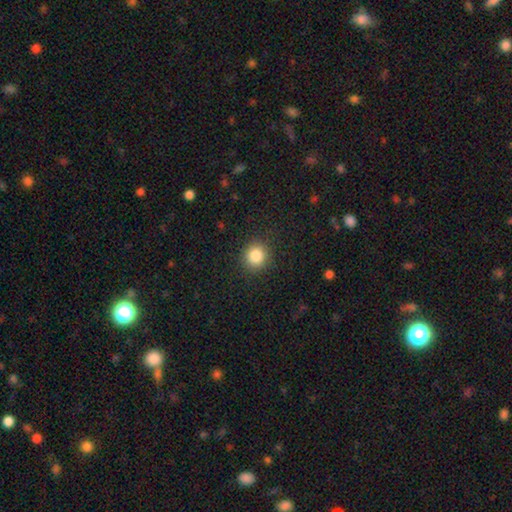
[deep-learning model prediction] smooth-or-featured: smooth: 84% | star or artifact: 11% | featured or disk: 5%
  how-rounded: round: 90% | in between: 9% | cigar-shaped: 1%
  merging: none: 90% | minor disturbance: 7% | major disturbance: 2% | merger: 1%